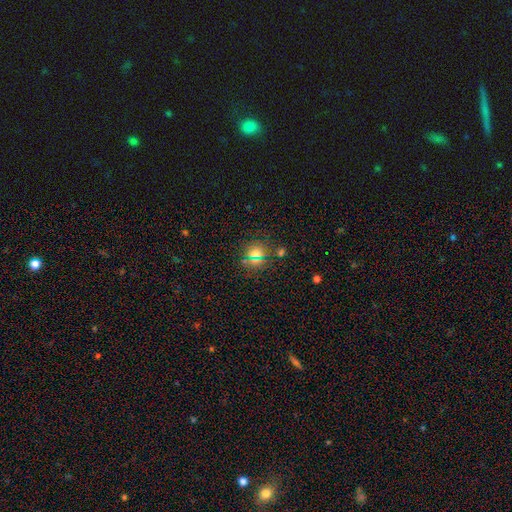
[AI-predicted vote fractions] A smooth galaxy with no disk features (54%) that is round (88%).

Vote fractions:
- Smooth or featured? smooth: 54% / star or artifact: 36% / featured or disk: 10%
- How rounded? round: 88% / in between: 11% / cigar-shaped: 2%
- Merging? none: 81% / minor disturbance: 9% / merger: 5% / major disturbance: 5%